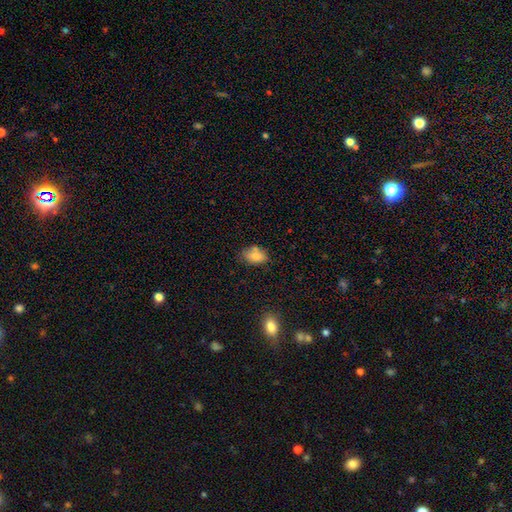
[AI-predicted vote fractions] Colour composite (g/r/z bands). It shows a smooth galaxy with no disk features (80%) that is in between round and cigar-shaped (85%). Merging: none (65%).